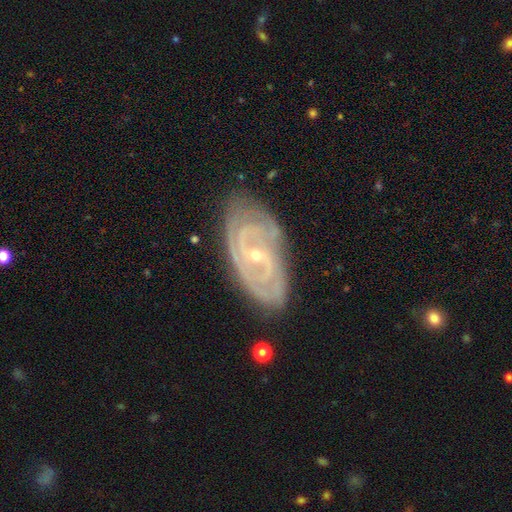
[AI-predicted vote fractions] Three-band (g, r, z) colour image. It shows a featured or disk galaxy (87%) with no bar (46%), 2 (41%) tight (70%) spiral arms (95%) and a small central bulge (70%). Merging: none (76%).